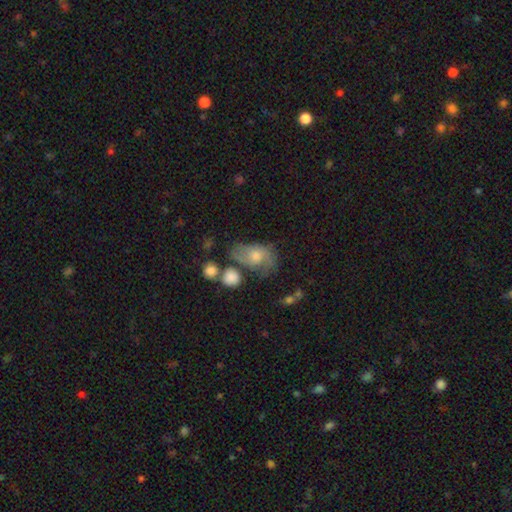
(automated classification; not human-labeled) This is possibly a featured or disk galaxy (57%). It is clearly not viewed edge-on (96%). Bar: likely no (70%). Spiral arm pattern: clearly yes (80%). Central bulge: possibly moderate (55%). Merging: marginally none (40%).